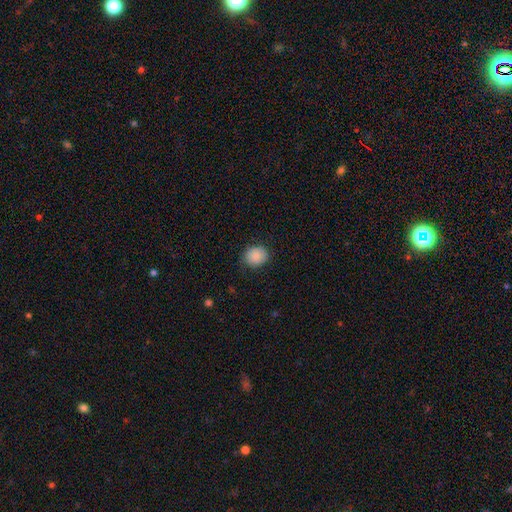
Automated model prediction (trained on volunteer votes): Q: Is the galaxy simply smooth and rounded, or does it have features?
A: smooth — 88%.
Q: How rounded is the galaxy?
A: round — 67%.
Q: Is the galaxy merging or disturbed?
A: none — 83%.